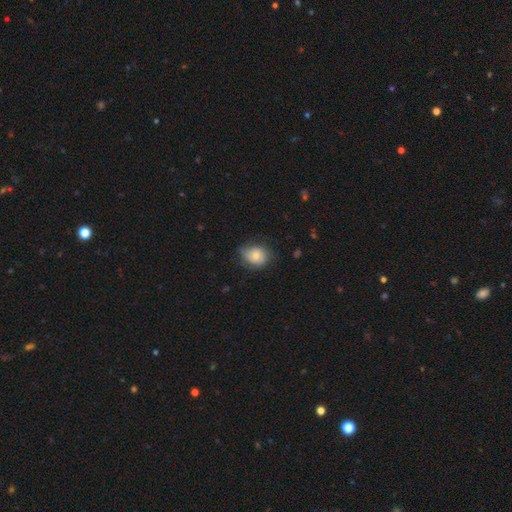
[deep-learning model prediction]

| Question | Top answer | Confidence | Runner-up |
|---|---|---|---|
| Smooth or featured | smooth | 67% | featured or disk (25%) |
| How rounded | round | 53% | in between (46%) |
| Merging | none | 60% | minor disturbance (29%) |